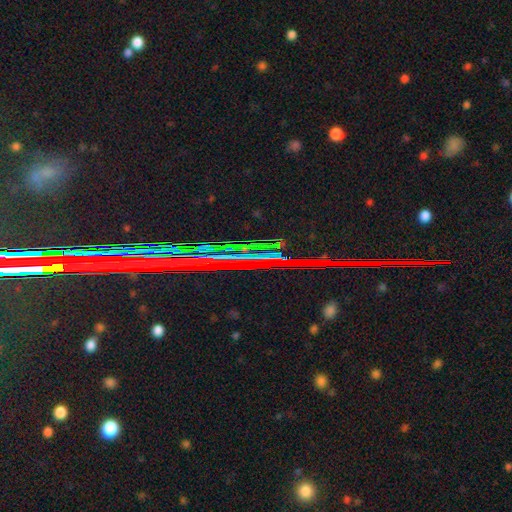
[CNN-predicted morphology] smooth-or-featured: star or artifact: 77% | featured or disk: 14% | smooth: 10%